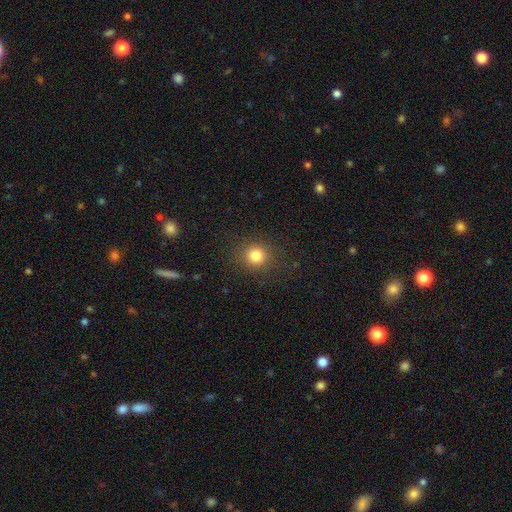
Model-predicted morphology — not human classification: This appears to be a smooth galaxy with no disk features (82%) that is round (89%). Merging: none (88%).